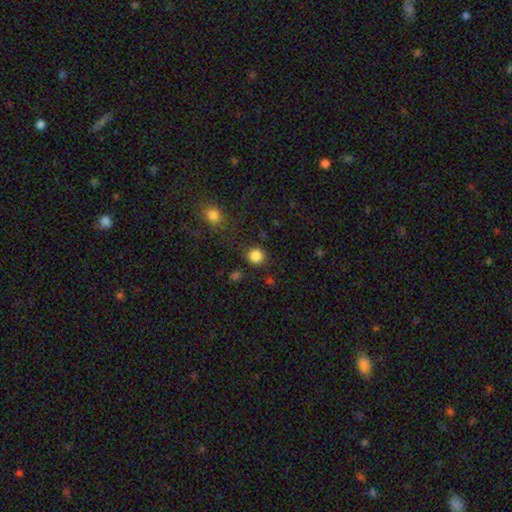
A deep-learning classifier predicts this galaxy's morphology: Smooth or featured?
  - smooth: 85% *
  - star or artifact: 11%
  - featured or disk: 4%
How rounded?
  - round: 90% *
  - in between: 9%
  - cigar-shaped: 1%
Merging?
  - none: 85% *
  - minor disturbance: 9%
  - major disturbance: 3%
  - merger: 3%